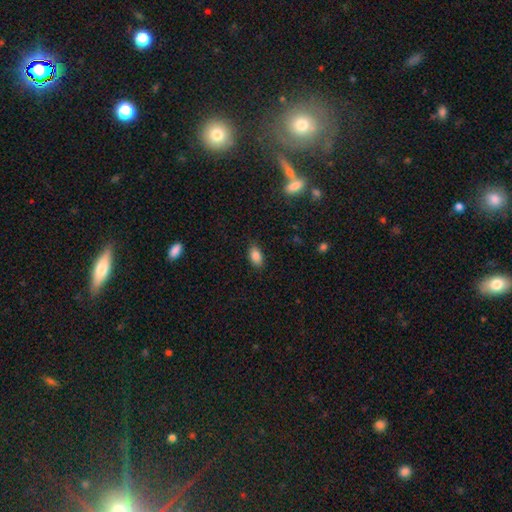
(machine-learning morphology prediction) Smooth or featured?
  - smooth: 86% *
  - star or artifact: 9%
  - featured or disk: 5%
How rounded?
  - in between: 91% *
  - round: 6%
  - cigar-shaped: 3%
Merging?
  - none: 84% *
  - minor disturbance: 12%
  - major disturbance: 3%
  - merger: 1%